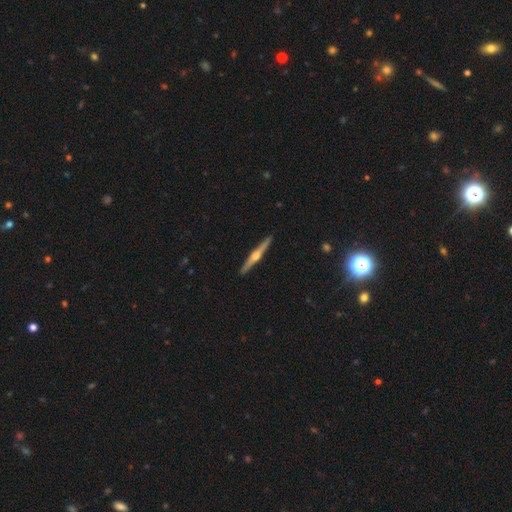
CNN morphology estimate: The model was most divided on "smooth or featured": featured or disk: 78%, smooth: 17%, star or artifact: 5%. More confident: edge-on disk — yes (98%); merging — none (93%); edge-on bulge — rounded (92%).